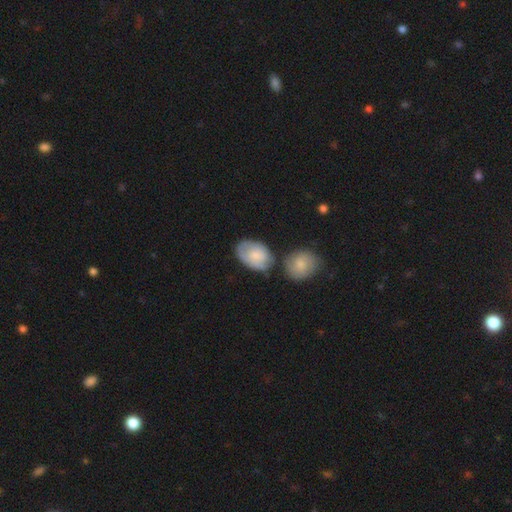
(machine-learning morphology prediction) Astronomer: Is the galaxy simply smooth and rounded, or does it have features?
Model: smooth — 73%.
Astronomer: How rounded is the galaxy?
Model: in between — 84%.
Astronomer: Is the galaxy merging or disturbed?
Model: none — 46% (runner-up: minor disturbance, 25%).